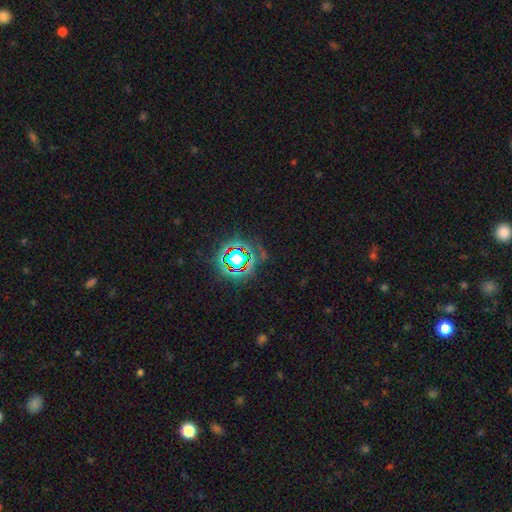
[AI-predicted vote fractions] smooth-or-featured: star or artifact: 78% | smooth: 13% | featured or disk: 10%